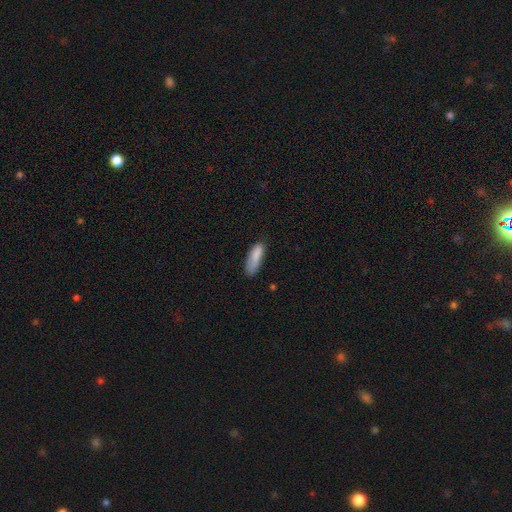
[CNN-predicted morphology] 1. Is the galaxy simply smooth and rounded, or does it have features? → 84% smooth, 8% featured or disk, 7% star or artifact.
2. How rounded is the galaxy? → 50% in between, 49% cigar-shaped, 2% round.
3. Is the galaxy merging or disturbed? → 54% none, 33% minor disturbance, 10% major disturbance, 3% merger.